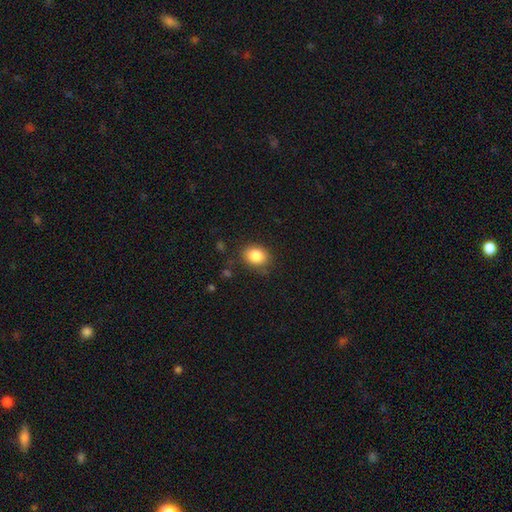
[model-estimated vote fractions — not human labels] Smooth or featured? Predicted: smooth (p=0.85). How rounded? Predicted: round (p=0.50). Merging? Predicted: none (p=0.84).